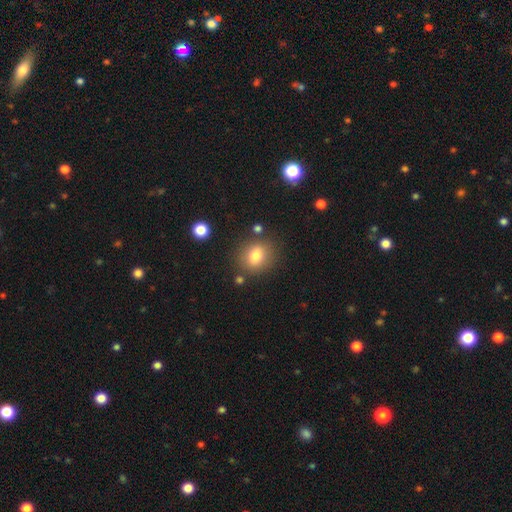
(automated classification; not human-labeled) smooth_or_featured: smooth (p=0.79) [alt: star or artifact p=0.11]
how_rounded: round (p=0.64) [alt: in between p=0.35]
merging: none (p=0.79) [alt: minor disturbance p=0.12]